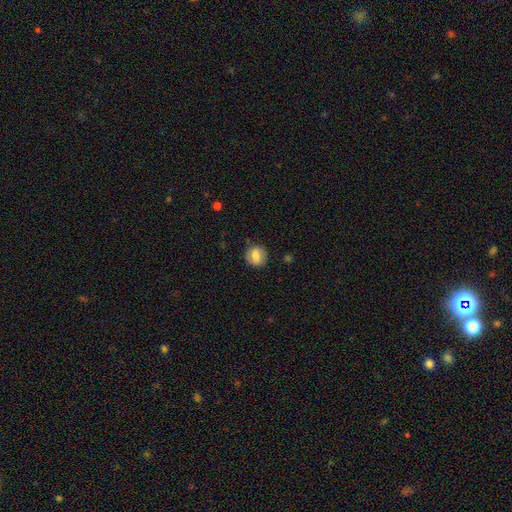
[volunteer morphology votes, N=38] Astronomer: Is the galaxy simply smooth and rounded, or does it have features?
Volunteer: smooth — 76%.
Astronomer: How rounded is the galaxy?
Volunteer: round — 83%.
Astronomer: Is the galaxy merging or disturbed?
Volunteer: none — 94%.